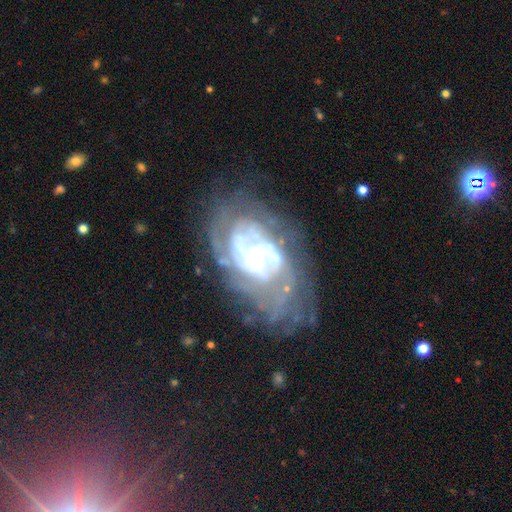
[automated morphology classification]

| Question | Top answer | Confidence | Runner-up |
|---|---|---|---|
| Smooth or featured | featured or disk | 81% | smooth (11%) |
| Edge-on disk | no | 97% | yes (3%) |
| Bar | no | 75% | weak (19%) |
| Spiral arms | yes | 83% | no (17%) |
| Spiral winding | tight | 64% | medium (26%) |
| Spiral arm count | can't tell | 47% | 2 (17%) |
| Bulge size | small | 72% | moderate (14%) |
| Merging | none | 52% | minor disturbance (22%) |